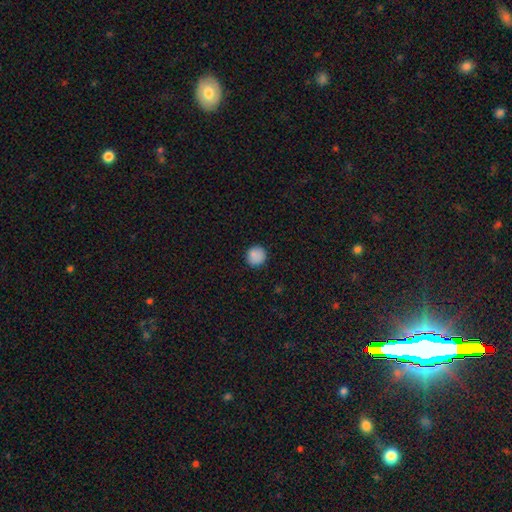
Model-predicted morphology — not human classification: smooth_or_featured: smooth (p=0.87) [alt: star or artifact p=0.09]
how_rounded: round (p=0.92) [alt: in between p=0.07]
merging: none (p=0.88) [alt: minor disturbance p=0.09]